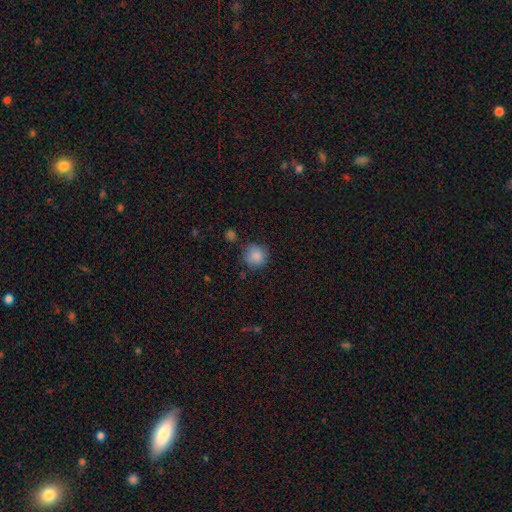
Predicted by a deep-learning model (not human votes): Smooth or featured: smooth — 86% (star or artifact — 9%)
How rounded: round — 91% (in between — 8%)
Merging: none — 77% (minor disturbance — 15%)